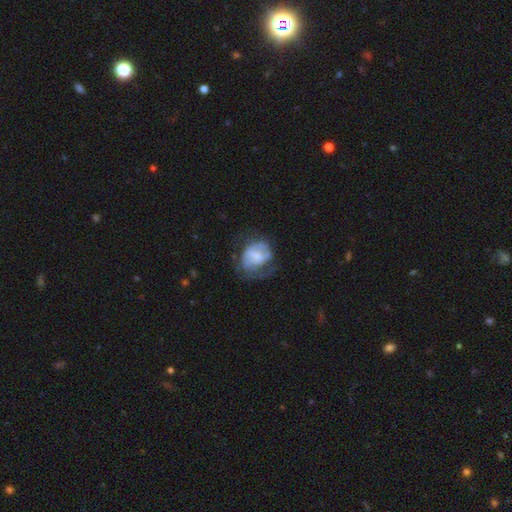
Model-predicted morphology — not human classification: Smooth or featured: featured or disk — 52% (smooth — 40%)
Edge-on disk: no — 97% (yes — 3%)
Bar: no — 51% (weak — 38%)
Spiral arms: yes — 60% (no — 40%)
Bulge size: small — 32% (moderate — 28%)
Merging: none — 38% (major disturbance — 35%)